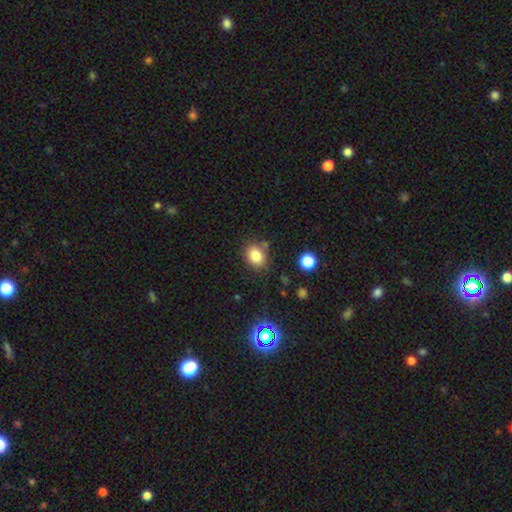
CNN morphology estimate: type=smooth (82%); roundness=in between (51%); merging=none (77%).